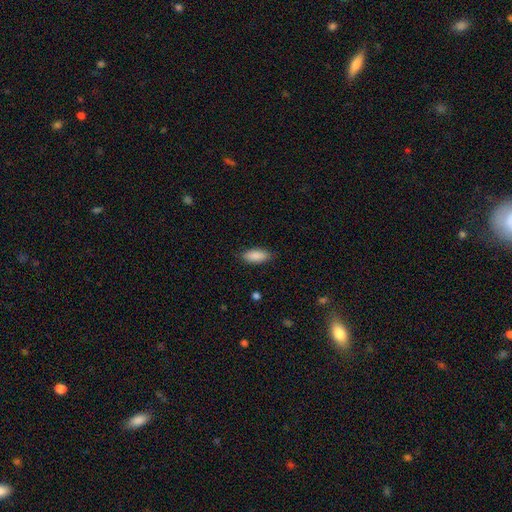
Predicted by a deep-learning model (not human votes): Smooth or featured?
  - smooth: 89% *
  - star or artifact: 6%
  - featured or disk: 5%
How rounded?
  - in between: 84% *
  - cigar-shaped: 14%
  - round: 2%
Merging?
  - none: 86% *
  - minor disturbance: 10%
  - major disturbance: 2%
  - merger: 1%